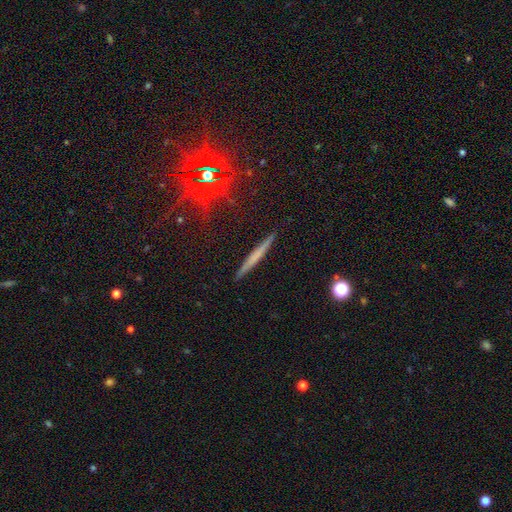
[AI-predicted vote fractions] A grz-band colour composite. It shows a smooth galaxy with no disk features (44%). Merging: none (91%).